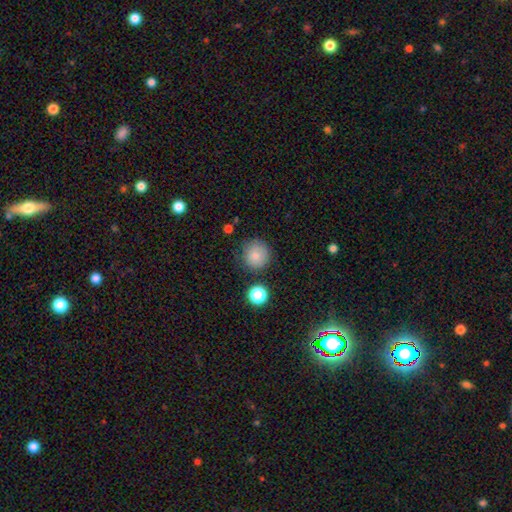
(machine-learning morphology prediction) Smooth or featured?
  - smooth: 81% *
  - star or artifact: 11%
  - featured or disk: 8%
How rounded?
  - round: 93% *
  - in between: 6%
  - cigar-shaped: 1%
Merging?
  - none: 81% *
  - minor disturbance: 12%
  - major disturbance: 4%
  - merger: 3%